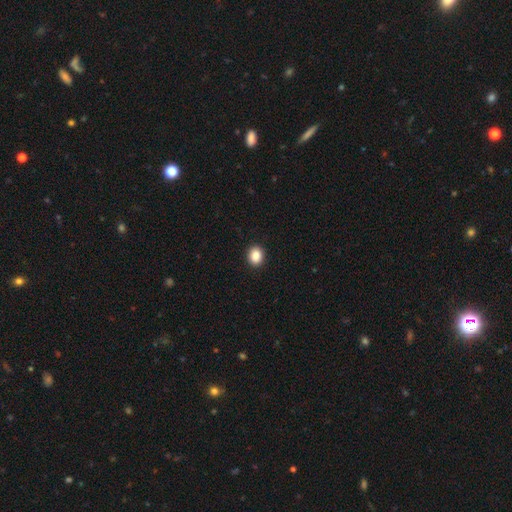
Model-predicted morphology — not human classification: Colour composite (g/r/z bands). It shows a smooth galaxy with no disk features (88%) that is round (61%). Merging: none (91%).